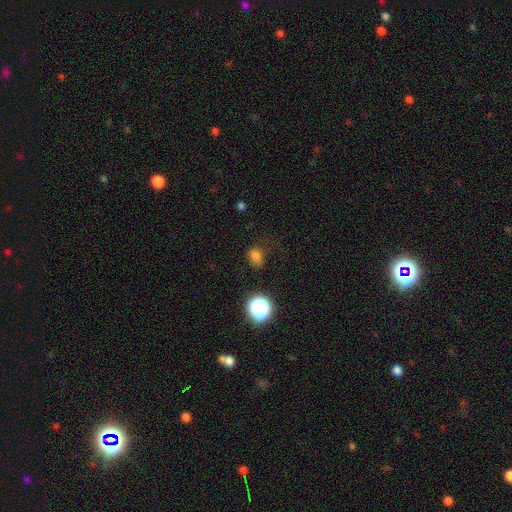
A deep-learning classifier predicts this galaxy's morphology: Q: Smooth or featured?
A: smooth (75%); runner-up: star or artifact (19%)
Q: How rounded?
A: in between (58%); runner-up: round (40%)
Q: Merging?
A: none (68%); runner-up: minor disturbance (21%)